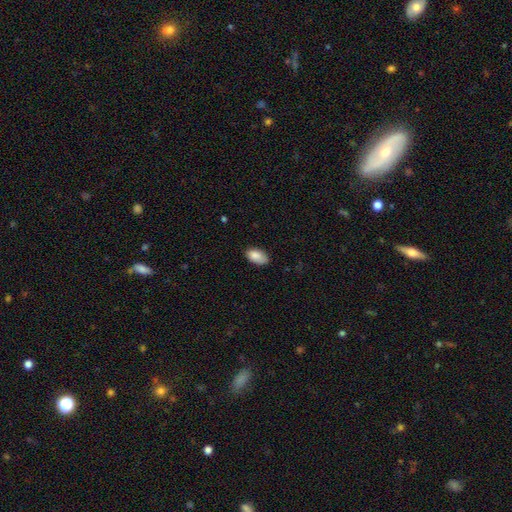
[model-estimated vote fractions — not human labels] A smooth galaxy with no disk features (86%) that is in between round and cigar-shaped (93%). Merging: none (71%).